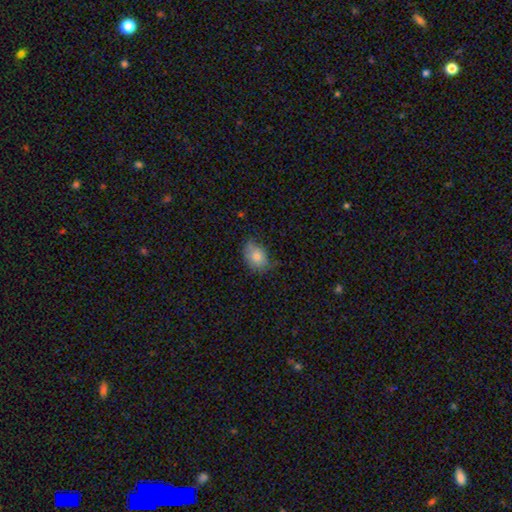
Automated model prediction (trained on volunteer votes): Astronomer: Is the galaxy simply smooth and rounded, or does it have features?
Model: smooth — 79%.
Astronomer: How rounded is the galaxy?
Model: in between — 75%.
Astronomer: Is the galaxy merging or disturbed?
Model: none — 63%.